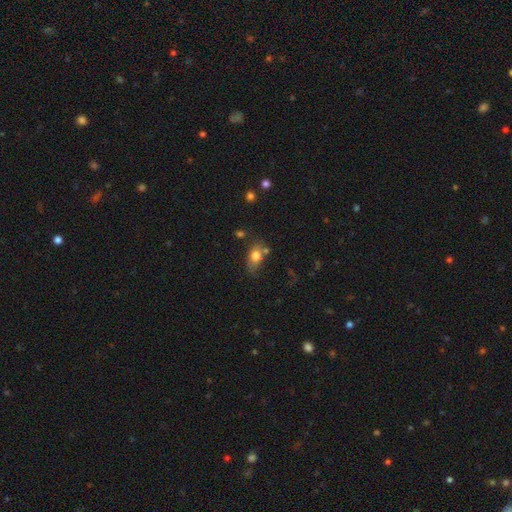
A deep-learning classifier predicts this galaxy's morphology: smooth 77%, featured or disk 13%, star or artifact 10%. Down the decision tree: how rounded — in between (77%); merging — none (58%).